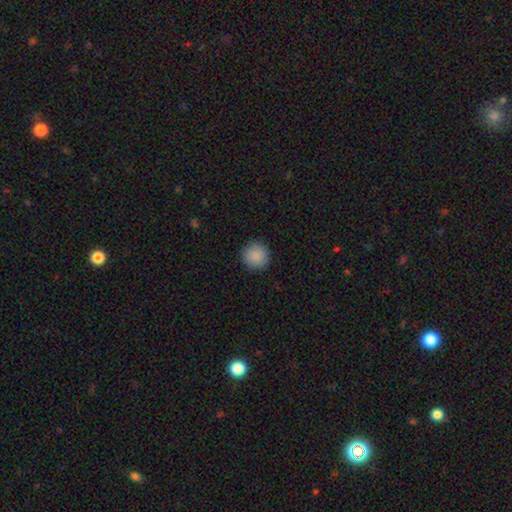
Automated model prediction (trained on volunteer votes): This appears to be a smooth galaxy with no disk features (89%) that is round (94%). Merging: none (90%).